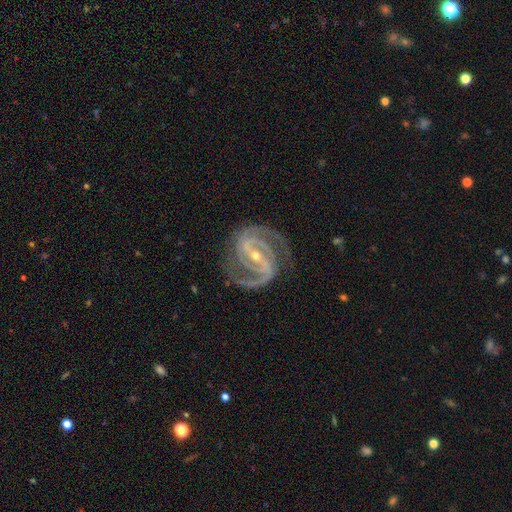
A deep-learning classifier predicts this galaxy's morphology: This appears to be a featured or disk galaxy (93%) with a strong bar (59%), 2 (77%) medium (47%) spiral arms (99%) and a small central bulge (62%). Merging: none (78%).